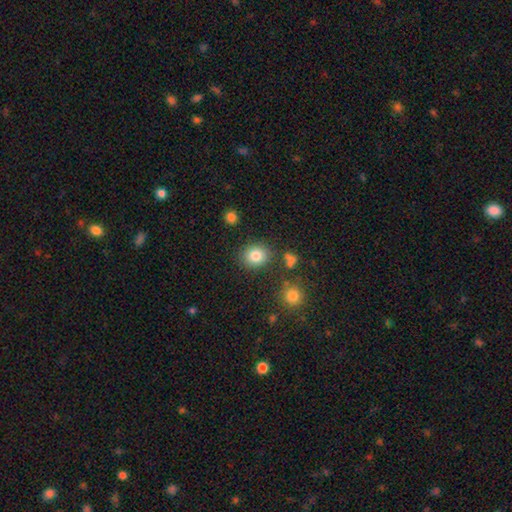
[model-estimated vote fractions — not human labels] A smooth galaxy with no disk features (82%) that is round (72%).

Vote fractions:
- Smooth or featured? smooth: 82% / star or artifact: 11% / featured or disk: 7%
- How rounded? round: 72% / in between: 27% / cigar-shaped: 1%
- Merging? none: 83% / minor disturbance: 9% / merger: 4% / major disturbance: 3%